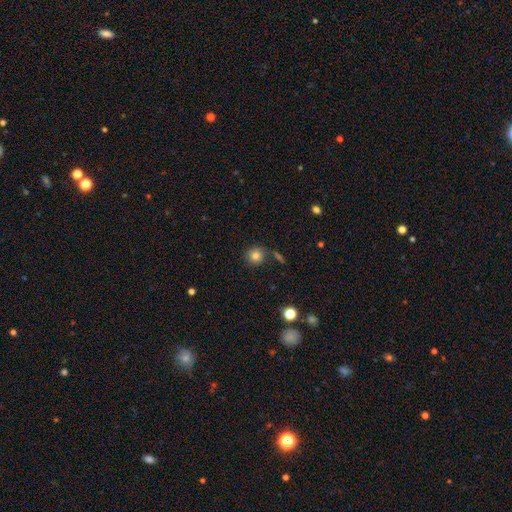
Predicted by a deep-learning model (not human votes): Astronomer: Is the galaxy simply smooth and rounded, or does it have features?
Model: smooth — 81%.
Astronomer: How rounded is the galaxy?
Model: round — 90%.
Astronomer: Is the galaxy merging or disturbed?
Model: none — 76%.